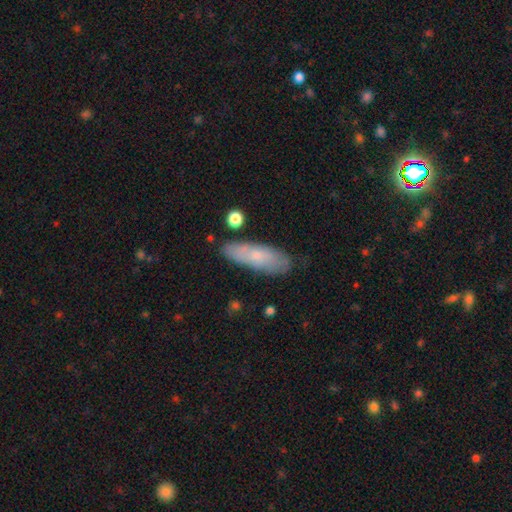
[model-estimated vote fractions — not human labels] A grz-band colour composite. It shows a smooth galaxy with no disk features (65%) that is in between round and cigar-shaped (54%). Merging: none (79%).